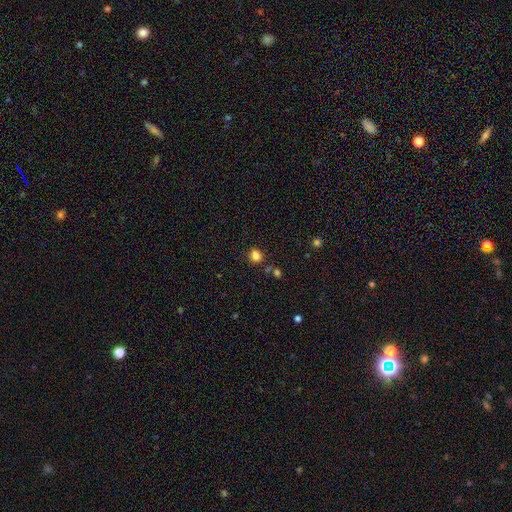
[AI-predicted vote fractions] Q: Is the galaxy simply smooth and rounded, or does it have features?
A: smooth — 81%.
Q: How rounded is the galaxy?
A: round — 67%.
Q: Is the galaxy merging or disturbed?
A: none — 74%.